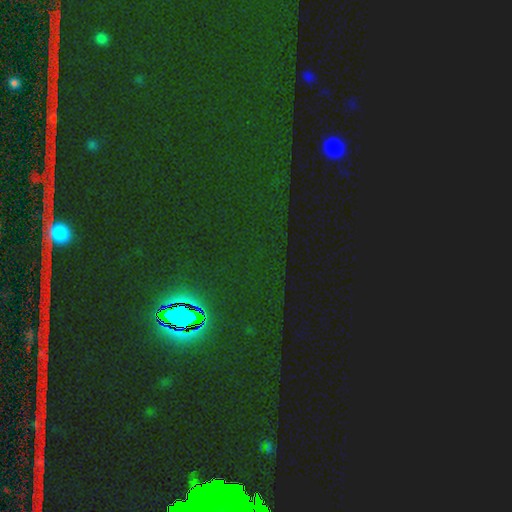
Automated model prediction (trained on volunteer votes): This appears to be a star or artifact, not a galaxy (83%).